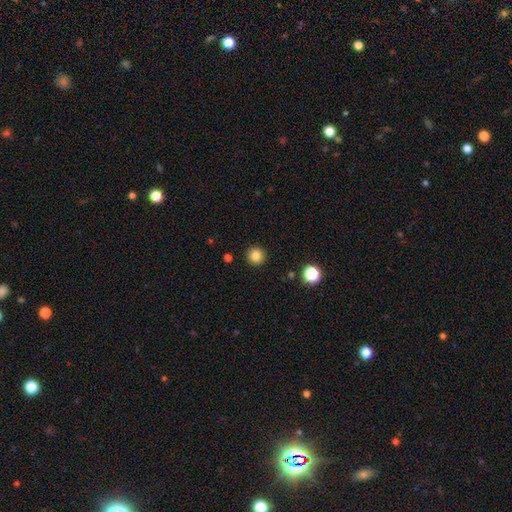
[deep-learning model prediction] smooth-or-featured: smooth: 83% | star or artifact: 12% | featured or disk: 5%
  how-rounded: round: 95% | in between: 4% | cigar-shaped: 1%
  merging: none: 92% | minor disturbance: 5% | major disturbance: 2% | merger: 1%